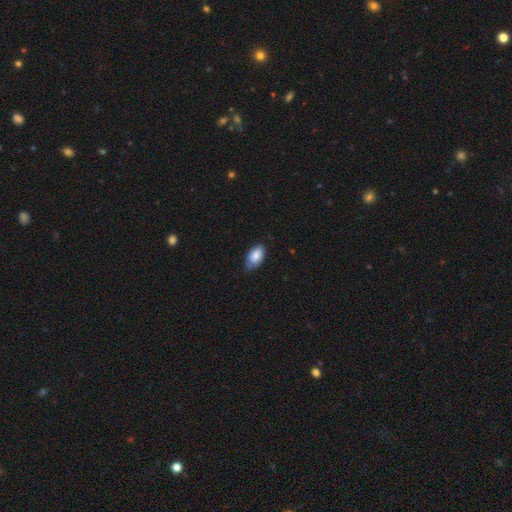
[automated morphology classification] A smooth galaxy with no disk features (80%) that is in between round and cigar-shaped (94%). Merging: none (57%).